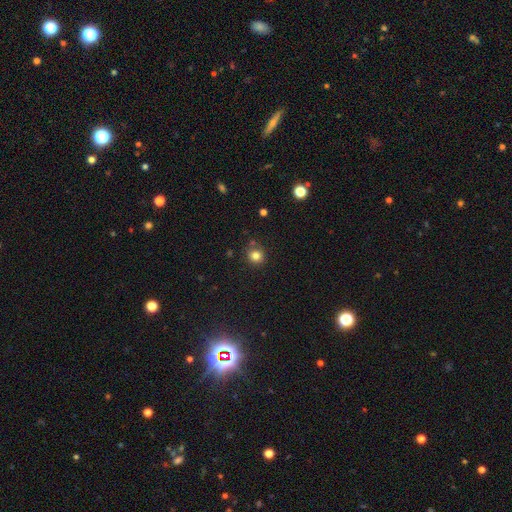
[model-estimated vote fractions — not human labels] smooth-or-featured: smooth: 81% | star or artifact: 13% | featured or disk: 6%
  how-rounded: round: 90% | in between: 9% | cigar-shaped: 1%
  merging: none: 79% | minor disturbance: 12% | merger: 6% | major disturbance: 3%